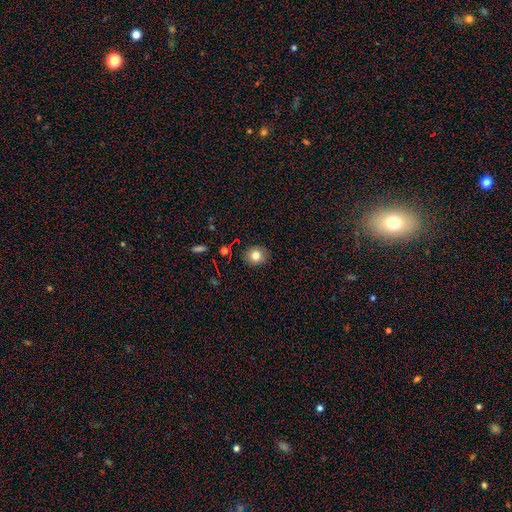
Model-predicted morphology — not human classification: The model was most divided on "how rounded": round: 76%, in between: 23%, cigar-shaped: 1%. More confident: merging — none (87%); smooth or featured — smooth (80%).